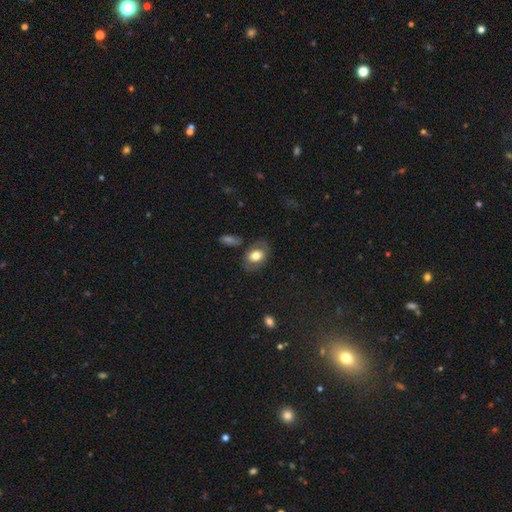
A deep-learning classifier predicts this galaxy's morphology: The model was most divided on "smooth or featured": smooth: 64%, featured or disk: 28%, star or artifact: 7%. More confident: how rounded — in between (80%); merging — none (74%).